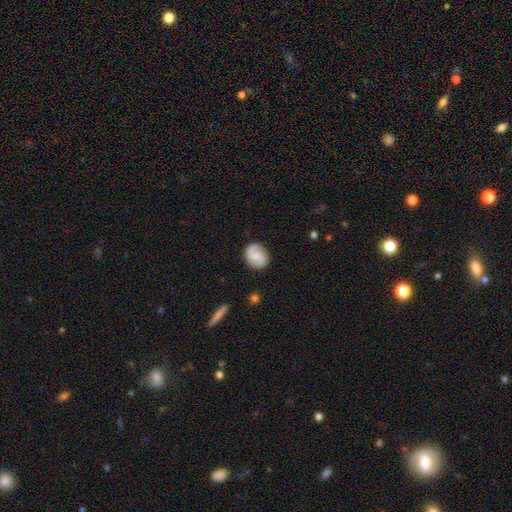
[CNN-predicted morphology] This appears to be a featured or disk galaxy (54%) with no bar (52%), spiral arms (92%) and a small central bulge (39%). Merging: none (82%).